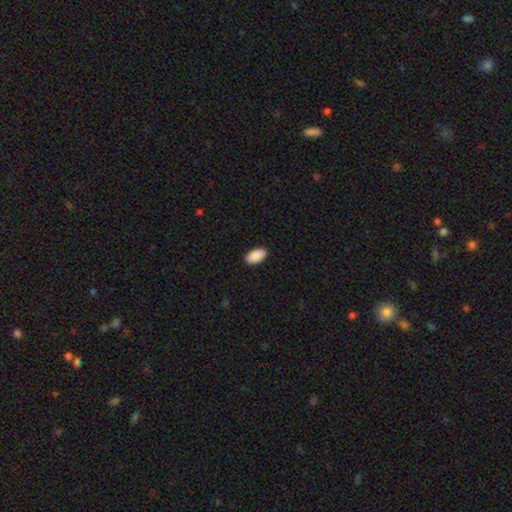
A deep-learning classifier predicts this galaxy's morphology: smooth-or-featured: smooth: 91% | star or artifact: 6% | featured or disk: 3%
  how-rounded: in between: 95% | cigar-shaped: 2% | round: 2%
  merging: none: 89% | minor disturbance: 8% | major disturbance: 2% | merger: 1%